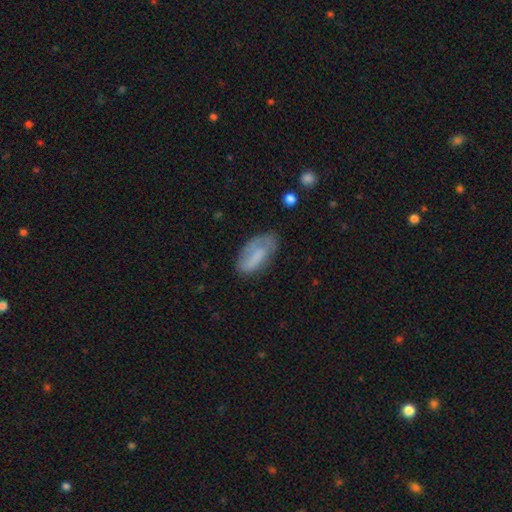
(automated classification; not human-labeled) Smooth or featured: smooth — 66% (featured or disk — 27%)
How rounded: in between — 87% (cigar-shaped — 10%)
Merging: none — 50% (minor disturbance — 31%)